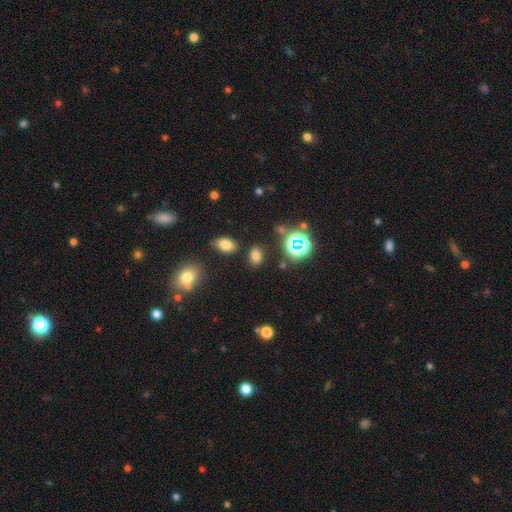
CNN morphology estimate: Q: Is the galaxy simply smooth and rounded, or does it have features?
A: smooth — 70%.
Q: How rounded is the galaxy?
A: in between — 74%.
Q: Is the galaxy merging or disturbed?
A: none — 80%.